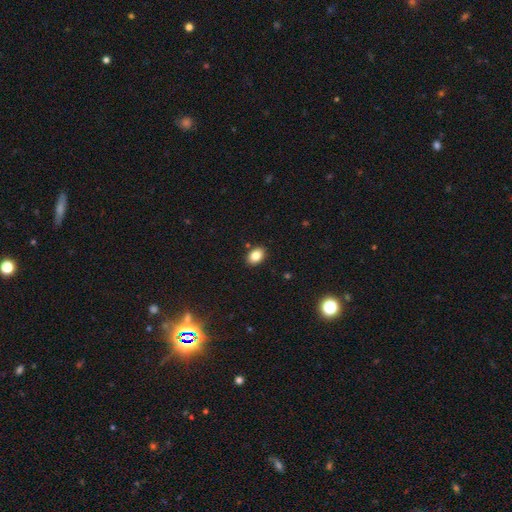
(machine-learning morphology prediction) Smooth or featured? smooth (84%)
How rounded? in between (81%)
Merging? none (88%)